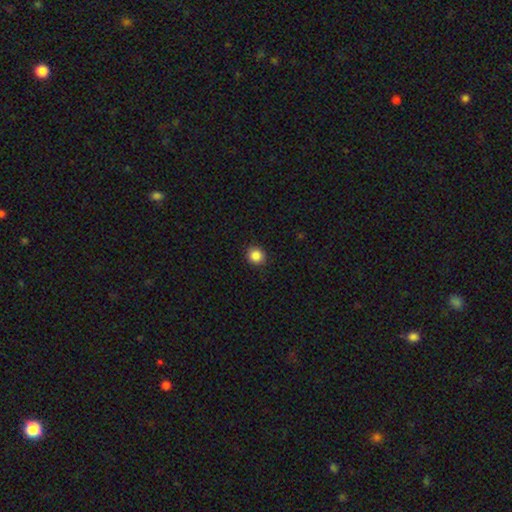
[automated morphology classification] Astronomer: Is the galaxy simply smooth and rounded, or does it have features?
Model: smooth — 87%.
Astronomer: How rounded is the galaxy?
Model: round — 88%.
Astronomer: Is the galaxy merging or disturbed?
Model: none — 91%.